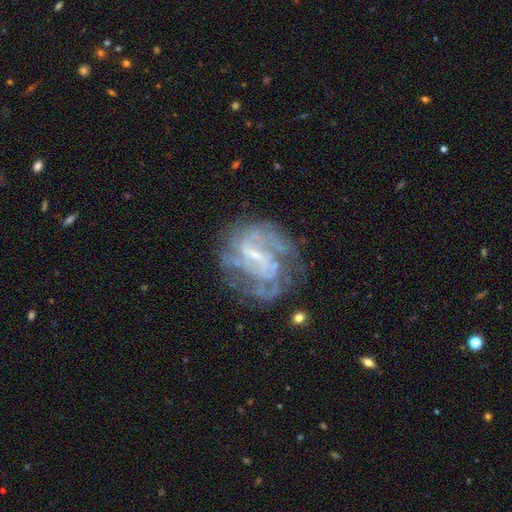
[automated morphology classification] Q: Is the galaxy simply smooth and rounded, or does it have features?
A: featured or disk — 82%.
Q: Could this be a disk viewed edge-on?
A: no — 97%.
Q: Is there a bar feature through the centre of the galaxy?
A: weak — 51%.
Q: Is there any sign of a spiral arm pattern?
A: yes — 84%.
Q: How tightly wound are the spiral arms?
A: tight — 46%.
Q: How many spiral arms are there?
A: can't tell — 43%.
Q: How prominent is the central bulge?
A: small — 61%.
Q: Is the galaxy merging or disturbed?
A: none — 62%.